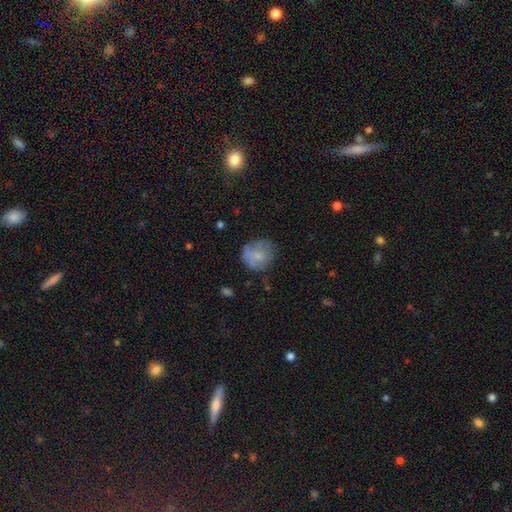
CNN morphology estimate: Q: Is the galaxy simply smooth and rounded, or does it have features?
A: smooth — 63%.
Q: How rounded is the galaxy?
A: round — 80%.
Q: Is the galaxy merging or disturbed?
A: none — 60%.